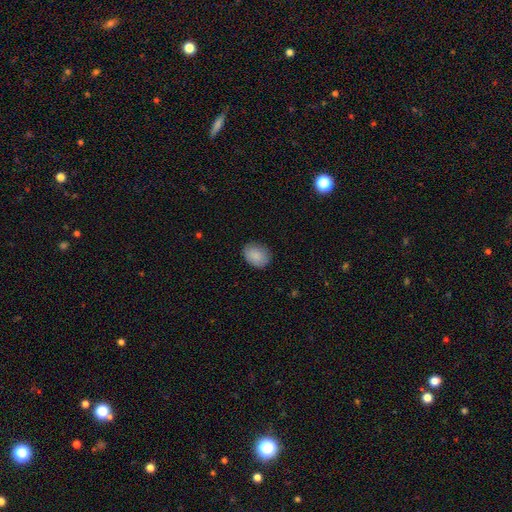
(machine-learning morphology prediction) smooth-or-featured: smooth: 88% | star or artifact: 7% | featured or disk: 5%
  how-rounded: in between: 60% | round: 40% | cigar-shaped: 1%
  merging: none: 84% | minor disturbance: 13% | major disturbance: 3% | merger: 1%